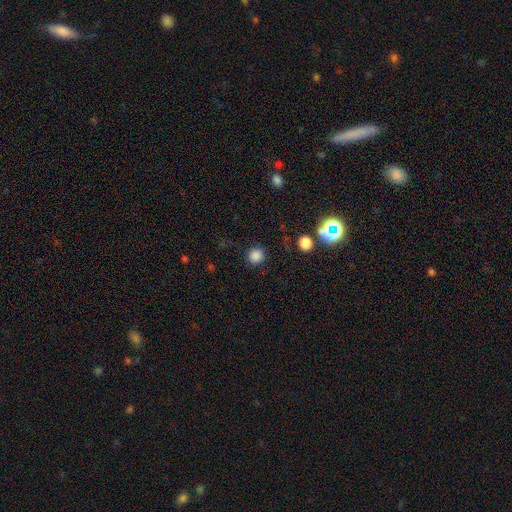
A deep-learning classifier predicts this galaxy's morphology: smooth-or-featured: smooth: 82% | star or artifact: 14% | featured or disk: 3%
  how-rounded: round: 93% | in between: 6% | cigar-shaped: 1%
  merging: none: 88% | minor disturbance: 7% | major disturbance: 3% | merger: 2%